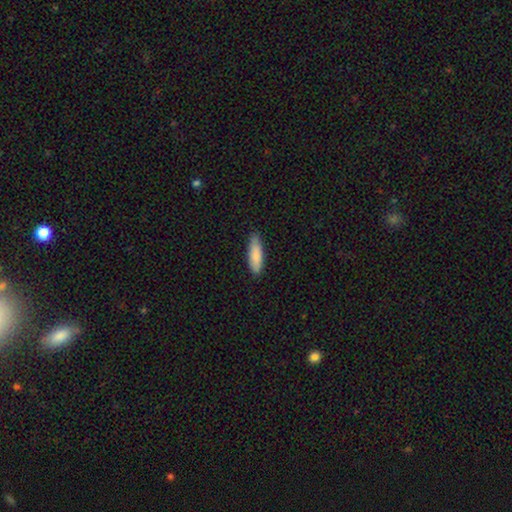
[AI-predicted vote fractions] Q: Smooth or featured?
A: smooth (85%); runner-up: featured or disk (9%)
Q: How rounded?
A: cigar-shaped (54%); runner-up: in between (45%)
Q: Merging?
A: none (82%); runner-up: minor disturbance (15%)